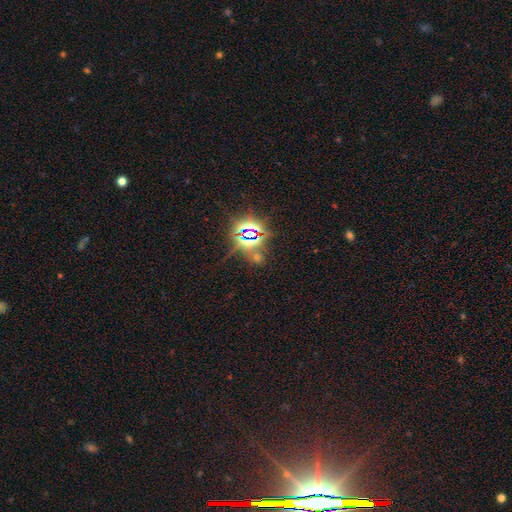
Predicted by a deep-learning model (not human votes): Smooth or featured? star or artifact (82%)